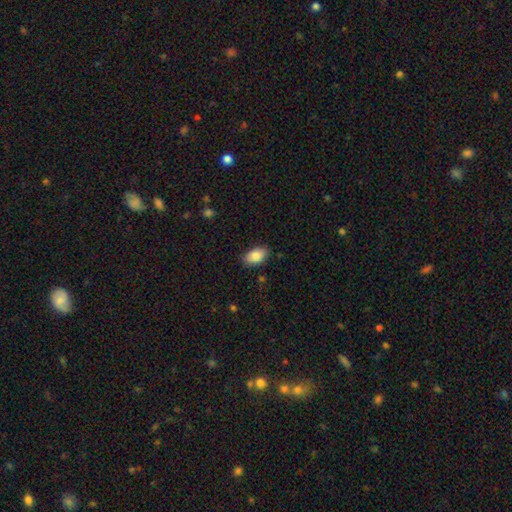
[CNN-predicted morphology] type=smooth (85%); roundness=in between (93%); merging=none (84%).